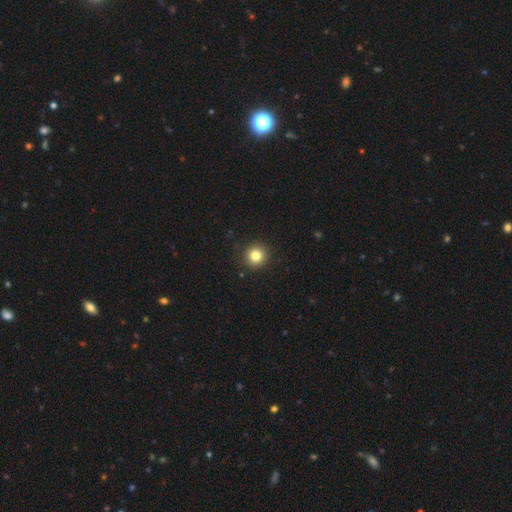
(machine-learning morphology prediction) smooth_or_featured: smooth (p=0.82) [alt: star or artifact p=0.11]
how_rounded: round (p=0.94) [alt: in between p=0.05]
merging: none (p=0.91) [alt: minor disturbance p=0.06]